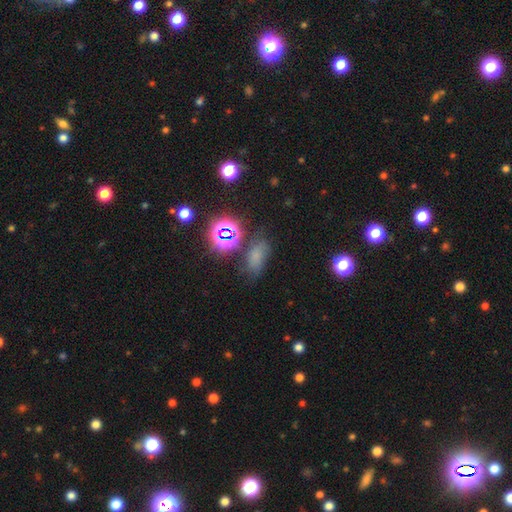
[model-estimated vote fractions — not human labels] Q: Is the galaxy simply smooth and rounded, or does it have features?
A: smooth — 56%.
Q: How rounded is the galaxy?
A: in between — 80%.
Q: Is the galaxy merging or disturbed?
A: none — 61%.